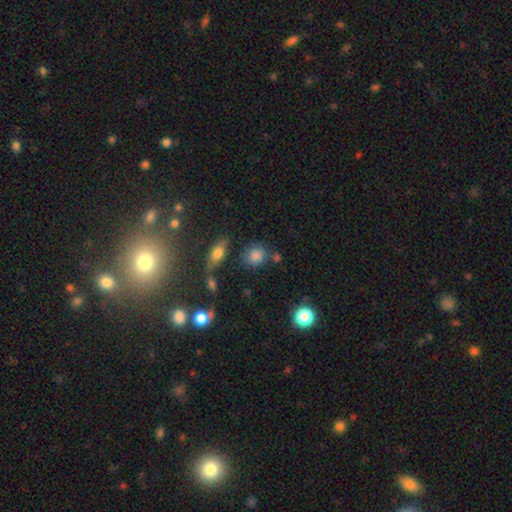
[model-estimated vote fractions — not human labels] Smooth or featured: smooth — 81% (star or artifact — 12%)
How rounded: round — 70% (in between — 28%)
Merging: none — 70% (minor disturbance — 14%)